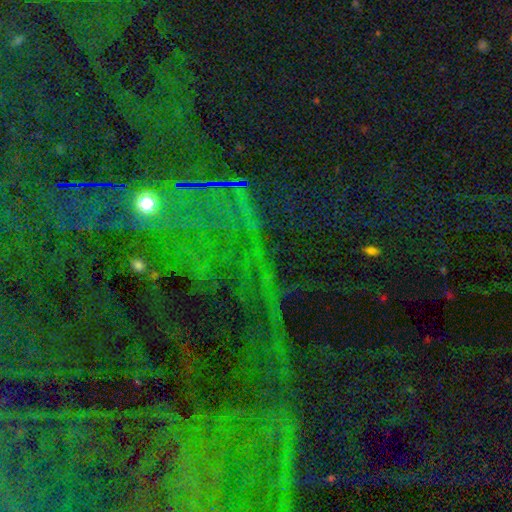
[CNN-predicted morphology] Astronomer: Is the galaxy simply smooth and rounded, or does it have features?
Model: star or artifact — 80%.